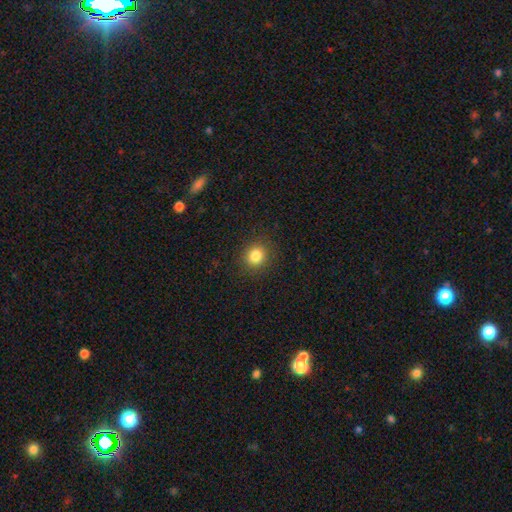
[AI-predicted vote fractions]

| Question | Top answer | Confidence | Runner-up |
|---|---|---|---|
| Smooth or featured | smooth | 83% | star or artifact (11%) |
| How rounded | round | 85% | in between (14%) |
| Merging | none | 89% | minor disturbance (7%) |